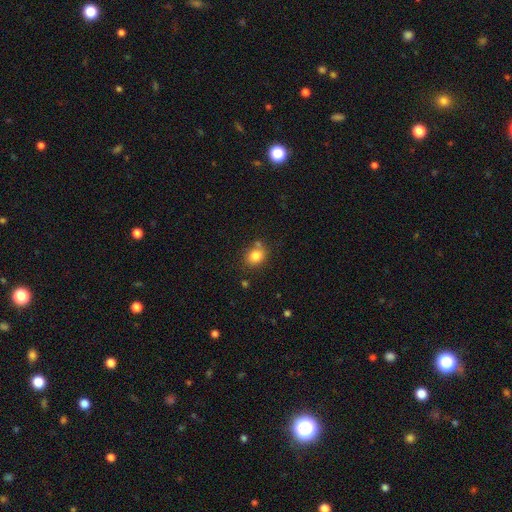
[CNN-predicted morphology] Overall: smooth (83%). How rounded: round (53%; in between 46%). Merging: none (70%).